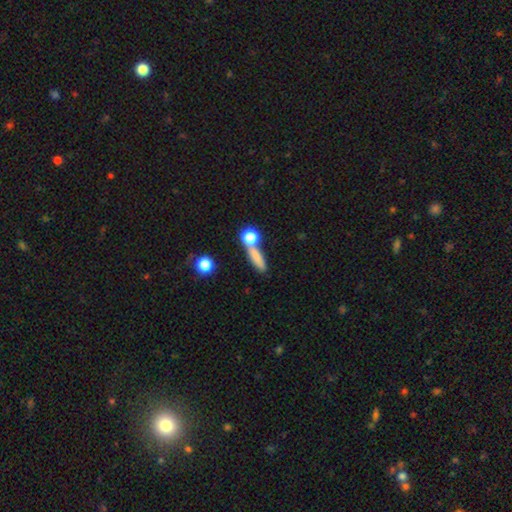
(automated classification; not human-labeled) Smooth or featured? smooth (73%)
How rounded? cigar-shaped (54%)
Merging? none (57%)